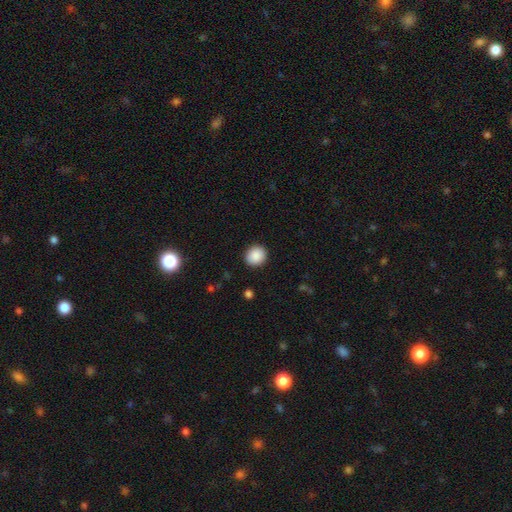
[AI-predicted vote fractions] Smooth or featured: smooth — 89% (star or artifact — 8%)
How rounded: round — 85% (in between — 15%)
Merging: none — 91% (minor disturbance — 6%)